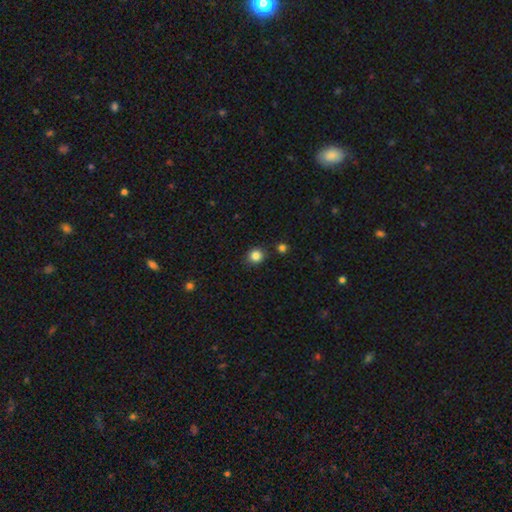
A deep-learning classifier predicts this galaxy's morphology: This is clearly a smooth galaxy (84%). How rounded: clearly round (87%). Merging: clearly none (87%).